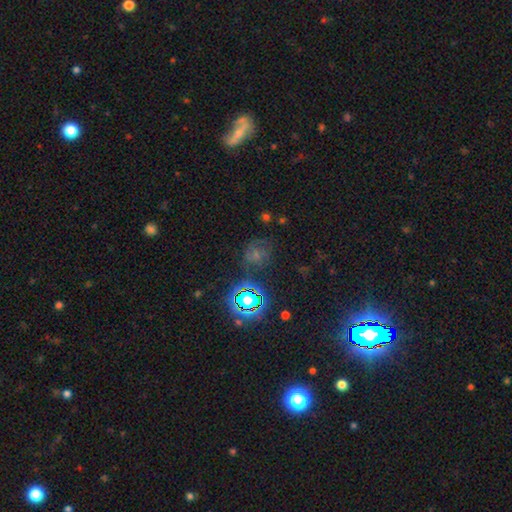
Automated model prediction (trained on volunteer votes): star or artifact 45%, smooth 34%, featured or disk 21%.